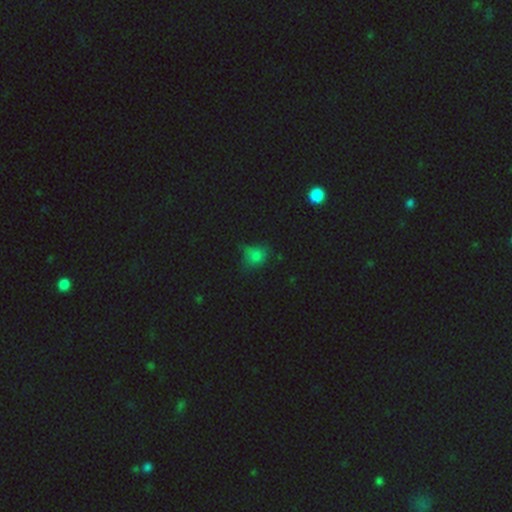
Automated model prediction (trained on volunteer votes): This is likely a smooth galaxy (70%). How rounded: likely round (61%). Merging: possibly none (53%).